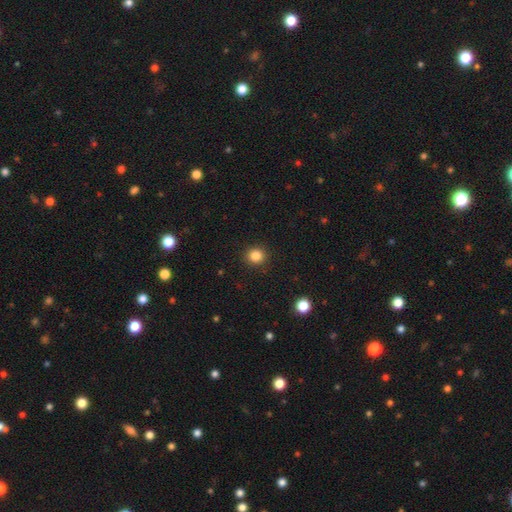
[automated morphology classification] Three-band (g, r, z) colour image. It shows a smooth galaxy with no disk features (84%) that is round (88%). Merging: none (91%).